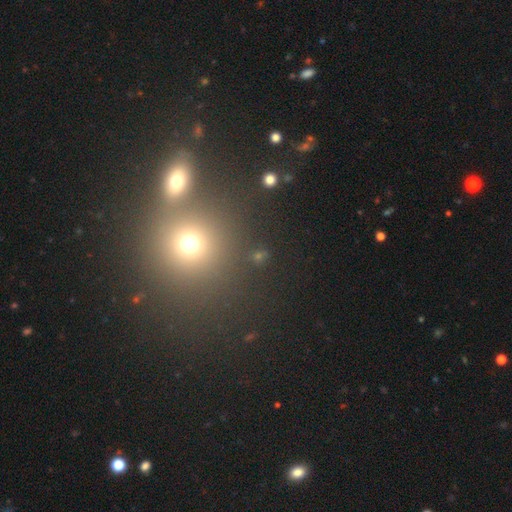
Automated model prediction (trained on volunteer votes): Smooth or featured? smooth (54%)
How rounded? round (87%)
Merging? none (65%)